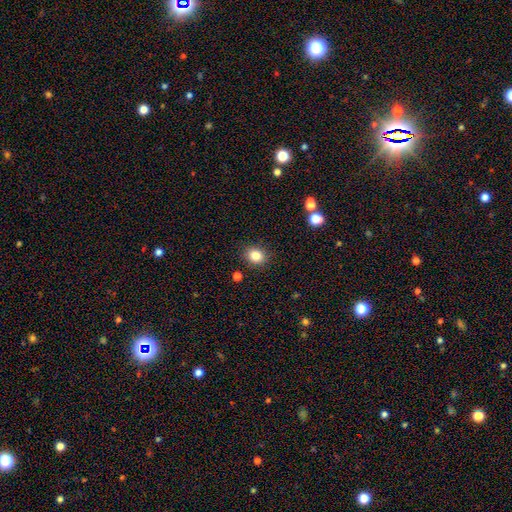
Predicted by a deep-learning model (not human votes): This appears to be a smooth galaxy with no disk features (83%) that is round (62%). Merging: none (88%).